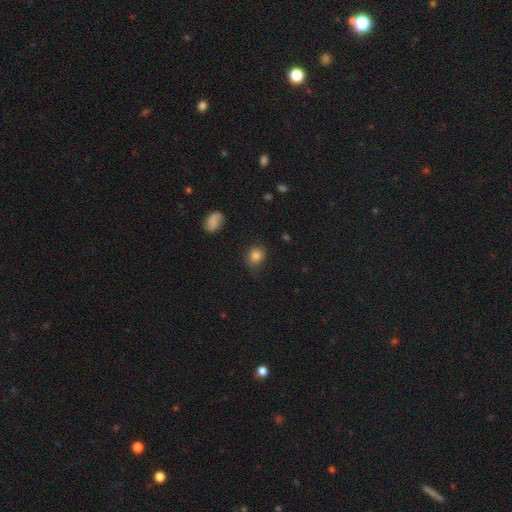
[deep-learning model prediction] Smooth or featured? Predicted: smooth (p=0.84). How rounded? Predicted: round (p=0.67). Merging? Predicted: none (p=0.71).